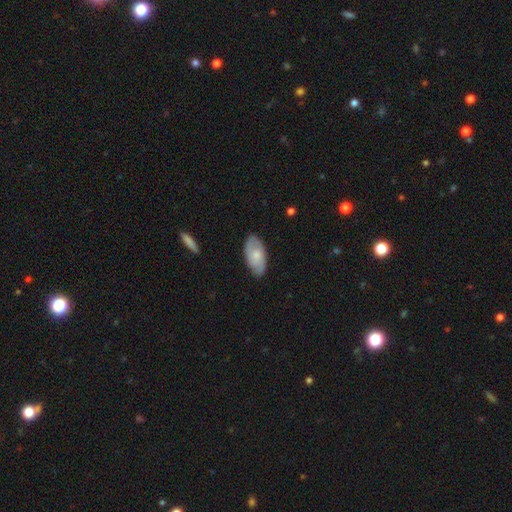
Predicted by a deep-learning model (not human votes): Q: Smooth or featured?
A: smooth (54%); runner-up: featured or disk (40%)
Q: How rounded?
A: in between (93%); runner-up: cigar-shaped (4%)
Q: Merging?
A: none (80%); runner-up: minor disturbance (16%)